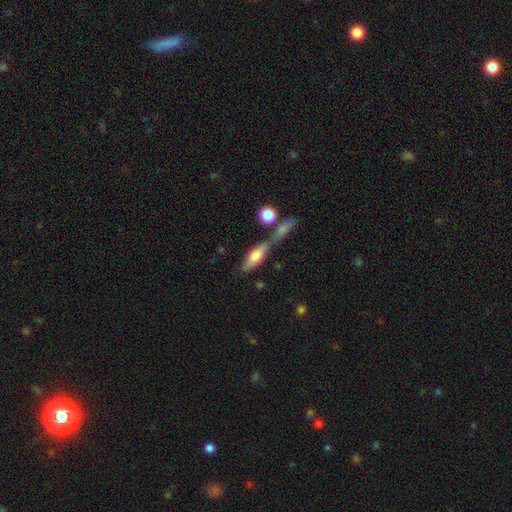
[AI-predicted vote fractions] Smooth or featured? smooth (63%)
How rounded? in between (54%)
Merging? none (45%)